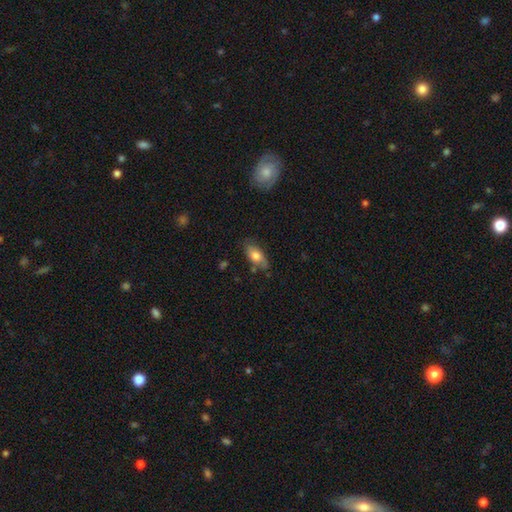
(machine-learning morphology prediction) smooth_or_featured: smooth (p=0.71) [alt: featured or disk p=0.22]
how_rounded: in between (p=0.87) [alt: cigar-shaped p=0.10]
merging: none (p=0.71) [alt: minor disturbance p=0.21]